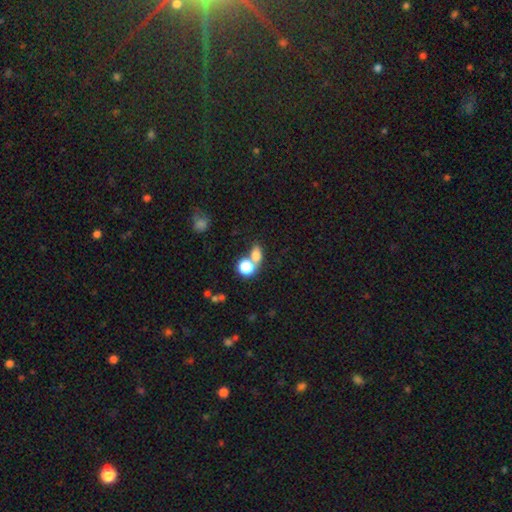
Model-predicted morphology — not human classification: A smooth galaxy with no disk features (75%) that is in between round and cigar-shaped (55%). Merging: merger (49%).